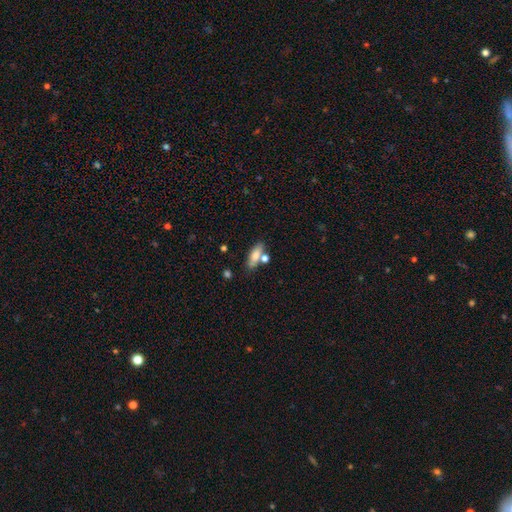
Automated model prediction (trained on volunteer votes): The model was most divided on "how rounded": in between: 59%, cigar-shaped: 36%, round: 4%. More confident: smooth or featured — smooth (76%); merging — none (66%).